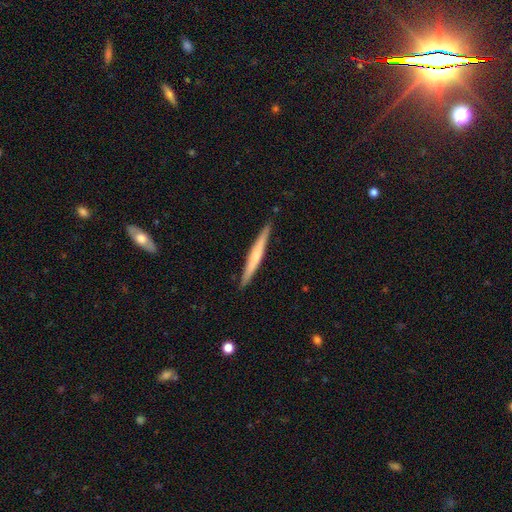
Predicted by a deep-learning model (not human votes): Smooth or featured? Predicted: featured or disk (p=0.53). Edge-on disk? Predicted: yes (p=0.97). Edge-on bulge? Predicted: rounded (p=0.50). Merging? Predicted: none (p=0.91).